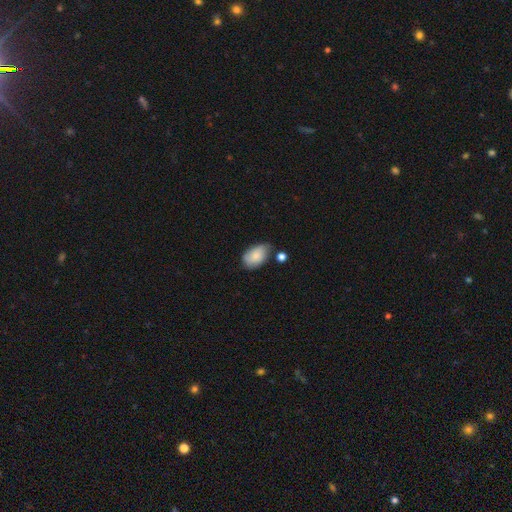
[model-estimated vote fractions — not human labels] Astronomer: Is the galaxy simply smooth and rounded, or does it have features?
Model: smooth — 80%.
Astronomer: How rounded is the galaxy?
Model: in between — 91%.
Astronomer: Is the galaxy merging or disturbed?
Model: none — 56%.